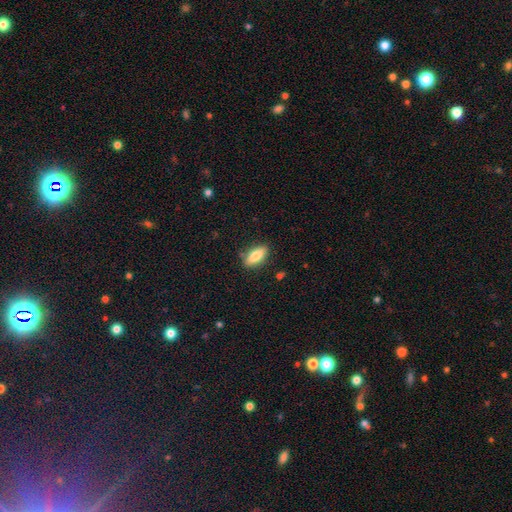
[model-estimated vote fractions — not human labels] Overall: smooth (78%). How rounded: in between (74%). Merging: none (85%).